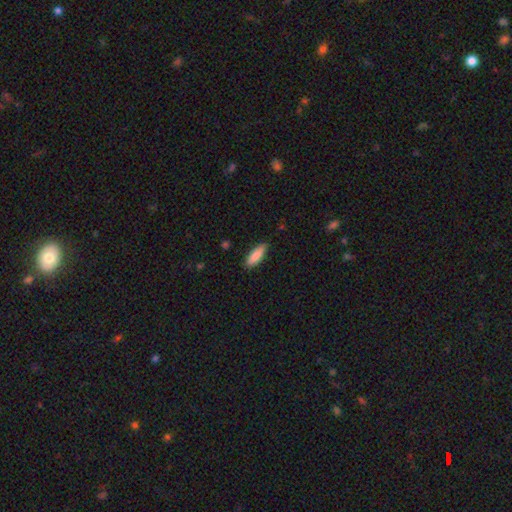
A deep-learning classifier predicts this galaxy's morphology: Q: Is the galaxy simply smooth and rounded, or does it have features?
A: smooth — 87%.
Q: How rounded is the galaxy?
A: in between — 53%.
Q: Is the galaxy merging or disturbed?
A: none — 85%.